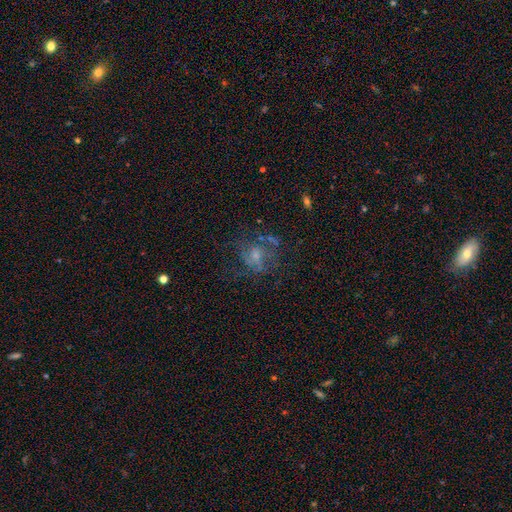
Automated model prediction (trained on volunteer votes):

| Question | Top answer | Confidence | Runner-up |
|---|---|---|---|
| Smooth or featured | featured or disk | 49% | smooth (26%) |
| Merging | none | 57% | major disturbance (21%) |